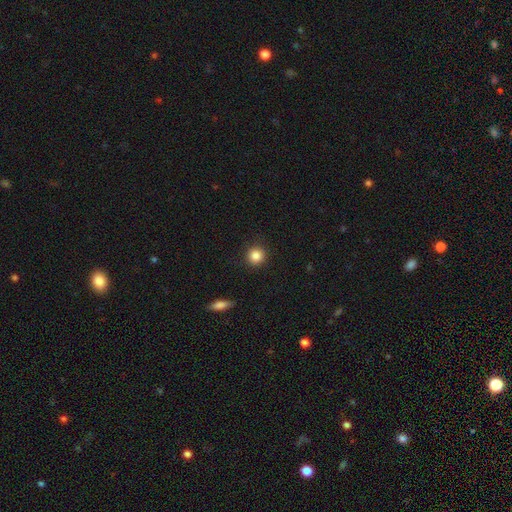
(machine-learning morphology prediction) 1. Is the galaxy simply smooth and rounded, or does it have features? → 86% smooth, 10% star or artifact, 4% featured or disk.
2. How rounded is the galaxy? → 93% round, 6% in between, 1% cigar-shaped.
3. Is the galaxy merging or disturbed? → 91% none, 6% minor disturbance, 2% major disturbance, 1% merger.